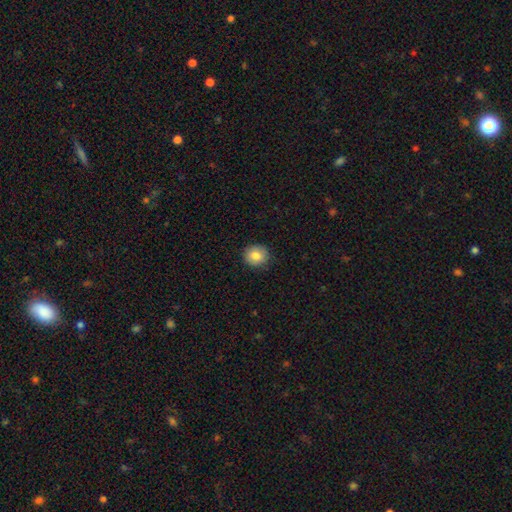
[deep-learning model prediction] This appears to be a smooth galaxy with no disk features (82%) that is round (85%). Merging: none (89%).